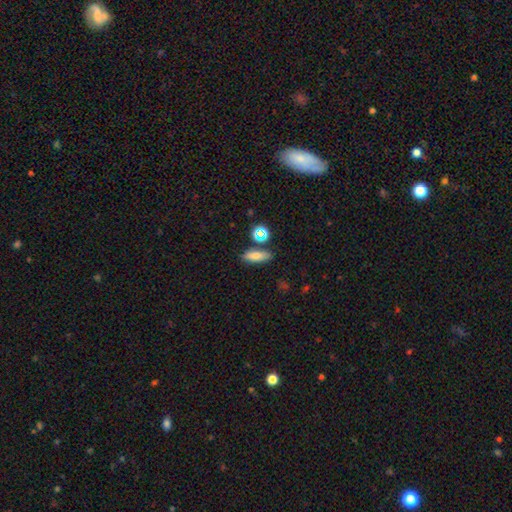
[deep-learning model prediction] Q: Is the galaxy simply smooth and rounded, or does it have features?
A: smooth — 76%.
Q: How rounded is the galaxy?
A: in between — 58%.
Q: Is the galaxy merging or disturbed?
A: none — 76%.